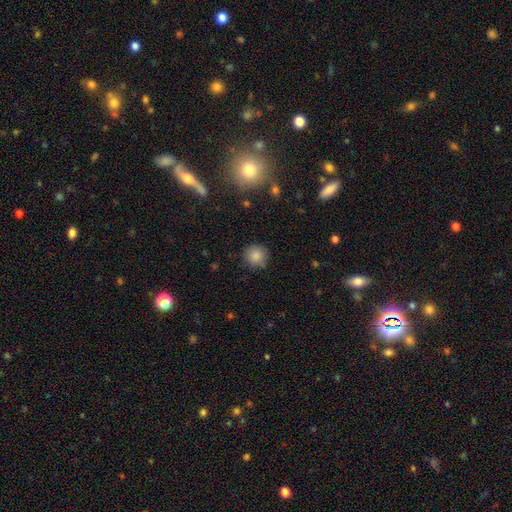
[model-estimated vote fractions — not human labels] smooth_or_featured: smooth (p=0.85) [alt: star or artifact p=0.10]
how_rounded: round (p=0.93) [alt: in between p=0.06]
merging: none (p=0.86) [alt: minor disturbance p=0.10]